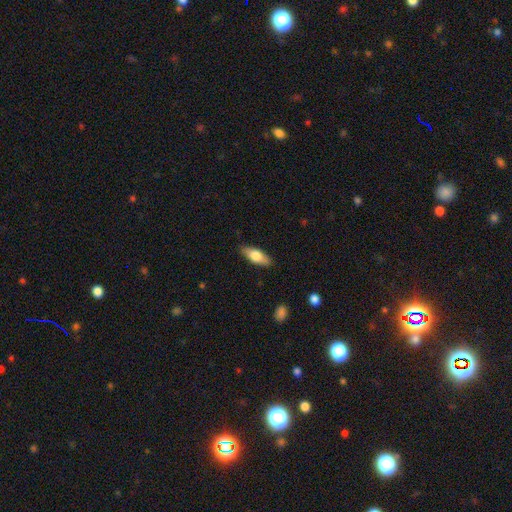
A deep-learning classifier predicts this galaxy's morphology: type=smooth (71%); roundness=in between (72%); merging=none (86%).